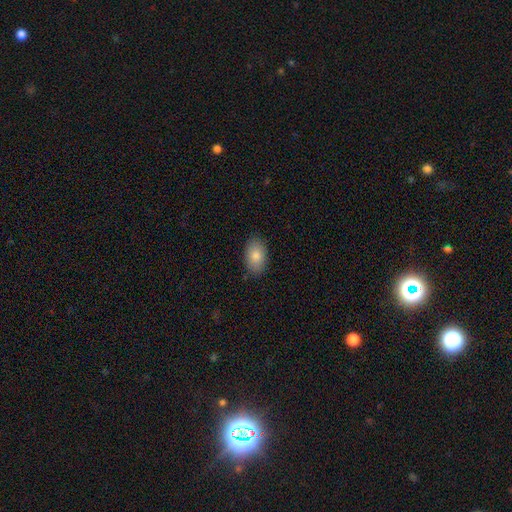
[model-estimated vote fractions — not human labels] Smooth or featured? smooth (83%)
How rounded? in between (92%)
Merging? none (87%)